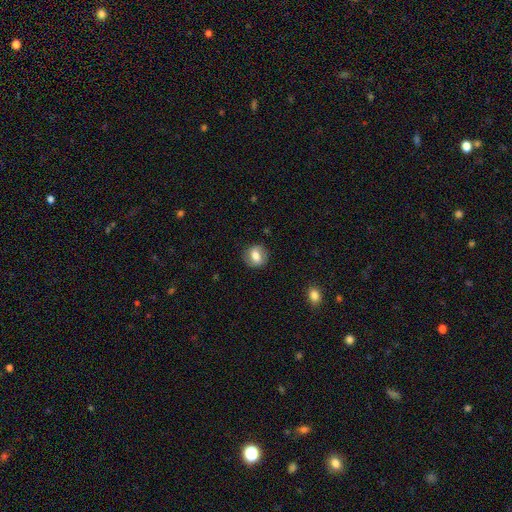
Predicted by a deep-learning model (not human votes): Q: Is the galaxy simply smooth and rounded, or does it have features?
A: smooth — 63%.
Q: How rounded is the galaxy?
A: round — 69%.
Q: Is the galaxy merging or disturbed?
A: none — 83%.